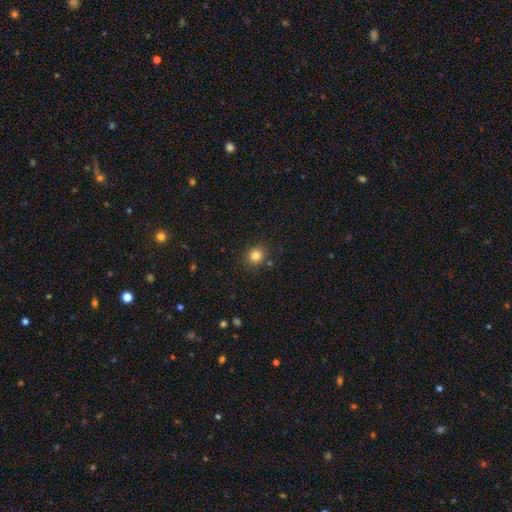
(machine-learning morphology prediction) Smooth or featured: smooth — 82% (star or artifact — 12%)
How rounded: round — 79% (in between — 20%)
Merging: none — 87% (minor disturbance — 8%)